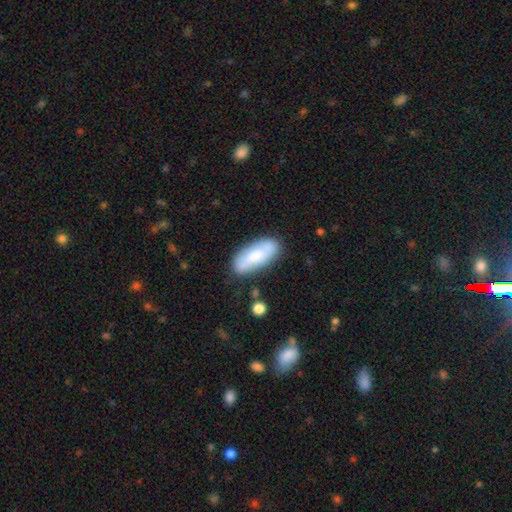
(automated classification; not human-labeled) Smooth or featured? Predicted: smooth (p=0.65). How rounded? Predicted: in between (p=0.81). Merging? Predicted: none (p=0.77).